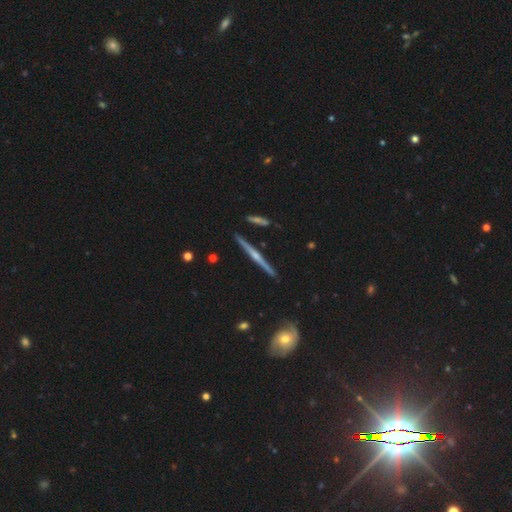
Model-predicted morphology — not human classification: Q: Smooth or featured?
A: featured or disk (82%); runner-up: smooth (13%)
Q: Edge-on disk?
A: yes (98%); runner-up: no (2%)
Q: Edge-on bulge?
A: rounded (75%); runner-up: none (19%)
Q: Merging?
A: none (91%); runner-up: minor disturbance (6%)